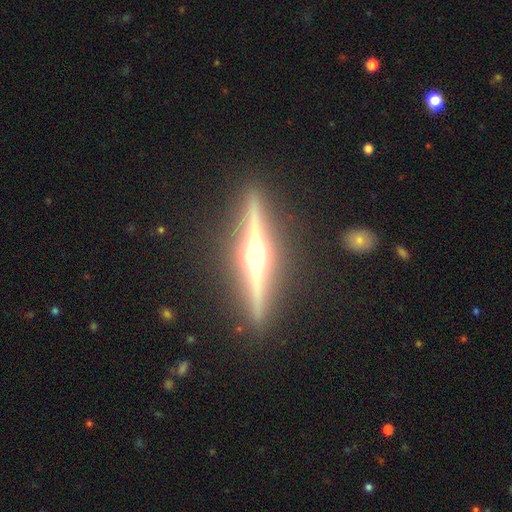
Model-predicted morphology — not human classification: Overall: featured or disk (87%). Edge-on disk: yes (98%). Edge-on bulge: rounded (94%). Merging: none (91%).